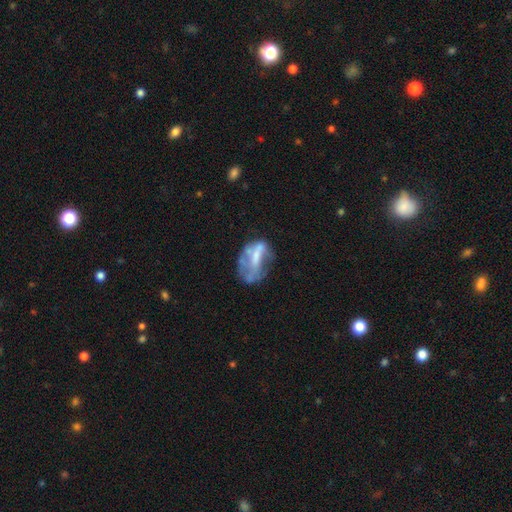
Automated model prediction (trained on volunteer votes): Smooth or featured: featured or disk — 52% (smooth — 38%)
Edge-on disk: no — 95% (yes — 5%)
Merging: none — 36% (major disturbance — 32%)